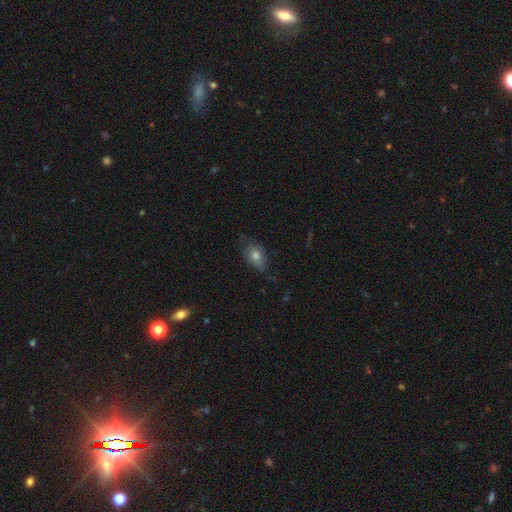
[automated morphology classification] Smooth or featured? Predicted: smooth (p=0.63). How rounded? Predicted: in between (p=0.84). Merging? Predicted: none (p=0.63).